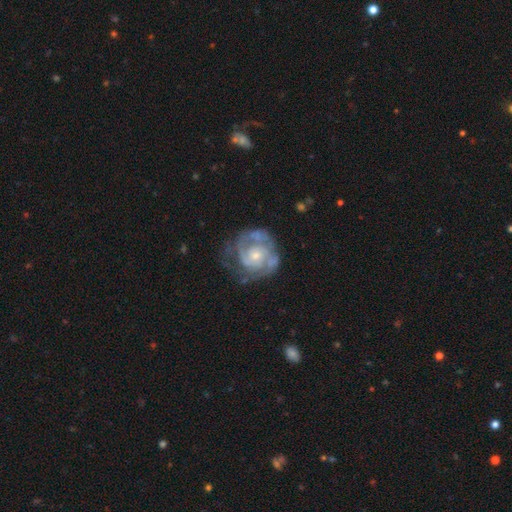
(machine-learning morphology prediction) A featured or disk galaxy (81%) with no bar (74%), 2 (40%) tight (60%) spiral arms (88%) and a small central bulge (54%).

Vote fractions:
- Smooth or featured? featured or disk: 81% / smooth: 14% / star or artifact: 5%
- Edge-on disk? no: 98% / yes: 2%
- Bar? no: 74% / weak: 22% / strong: 4%
- Spiral arms? yes: 88% / no: 12%
- Spiral winding? tight: 60% / medium: 31% / loose: 9%
- Spiral arm count? 2: 40% / can't tell: 30% / 3: 15% / 1: 6% / 4: 4% / more than 4: 3%
- Bulge size? small: 54% / moderate: 39% / large: 3% / none: 3% / dominant: 1%
- Merging? none: 59% / minor disturbance: 23% / major disturbance: 16% / merger: 3%